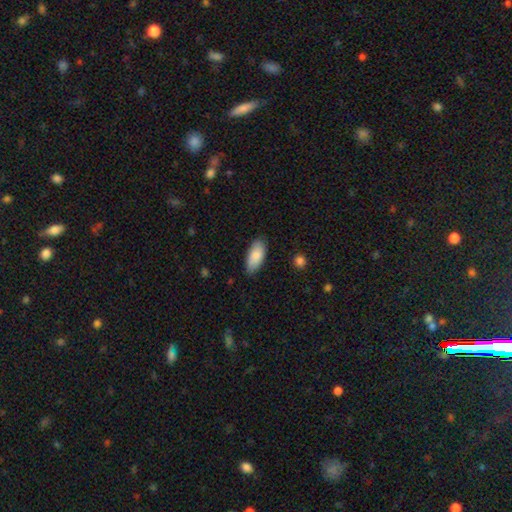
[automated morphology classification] Smooth or featured?
  - smooth: 87% *
  - featured or disk: 7%
  - star or artifact: 6%
How rounded?
  - in between: 89% *
  - cigar-shaped: 9%
  - round: 2%
Merging?
  - none: 82% *
  - minor disturbance: 15%
  - major disturbance: 3%
  - merger: 1%